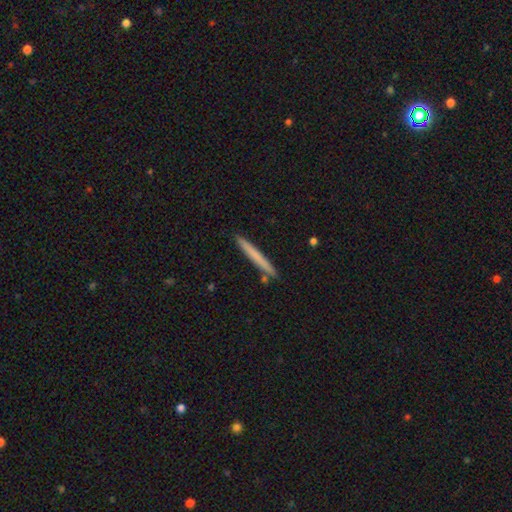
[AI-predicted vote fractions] smooth 67%, featured or disk 28%, star or artifact 5%. Down the decision tree: how rounded — cigar-shaped (97%); merging — none (90%).